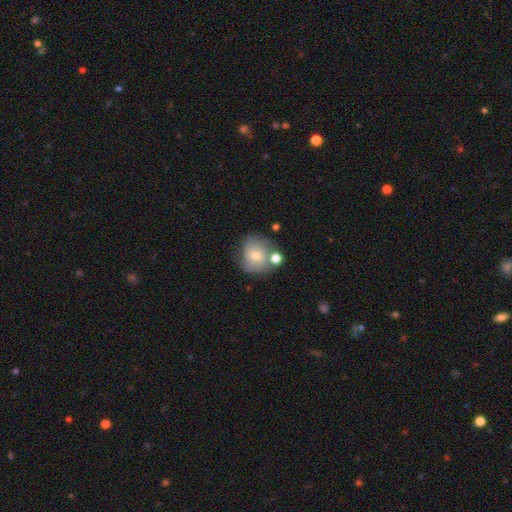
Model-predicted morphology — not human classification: This appears to be a smooth galaxy with no disk features (60%) that is round (79%). Merging: none (52%).